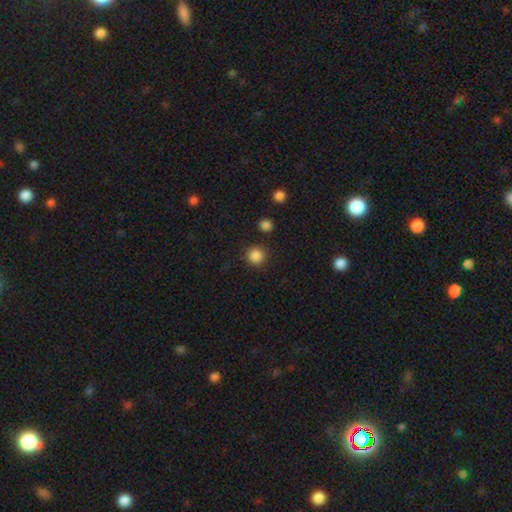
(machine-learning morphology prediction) The model was most divided on "smooth or featured": smooth: 86%, star or artifact: 11%, featured or disk: 3%. More confident: how rounded — round (94%); merging — none (88%).